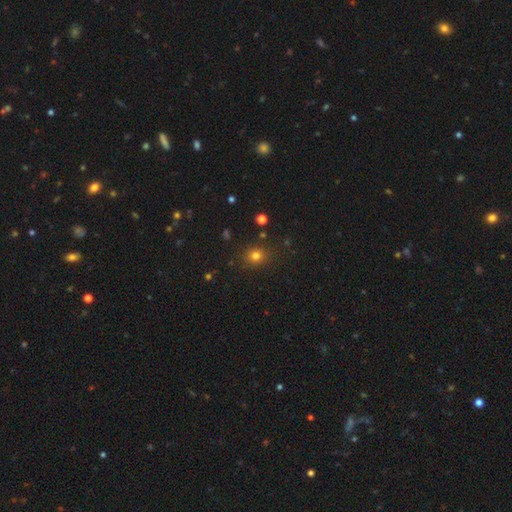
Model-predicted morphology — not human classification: smooth 77%, star or artifact 17%, featured or disk 6%. Down the decision tree: how rounded — round (77%); merging — none (85%).